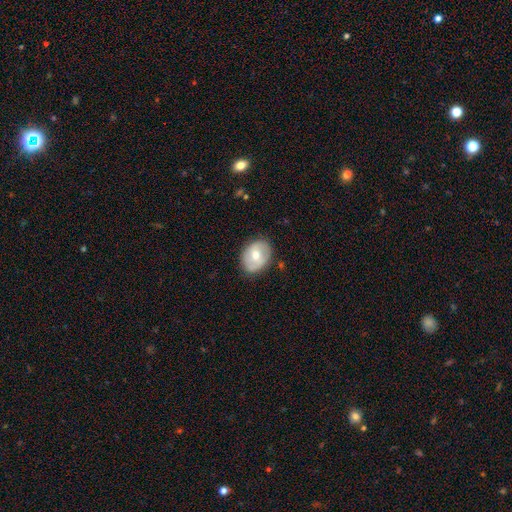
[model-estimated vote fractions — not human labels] Smooth or featured? smooth (54%)
How rounded? in between (61%)
Merging? none (78%)